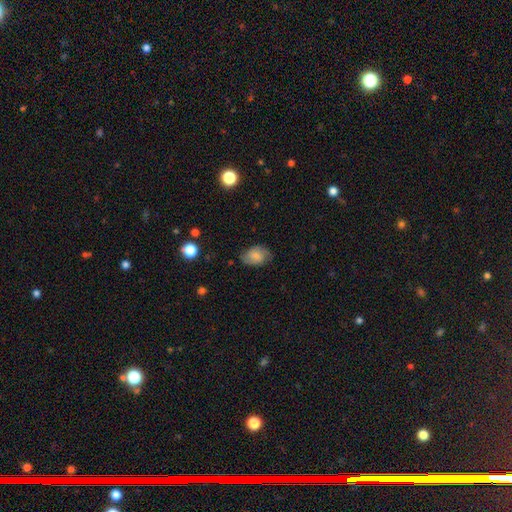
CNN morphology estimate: Smooth or featured? Predicted: smooth (p=0.63). How rounded? Predicted: in between (p=0.79). Merging? Predicted: none (p=0.70).